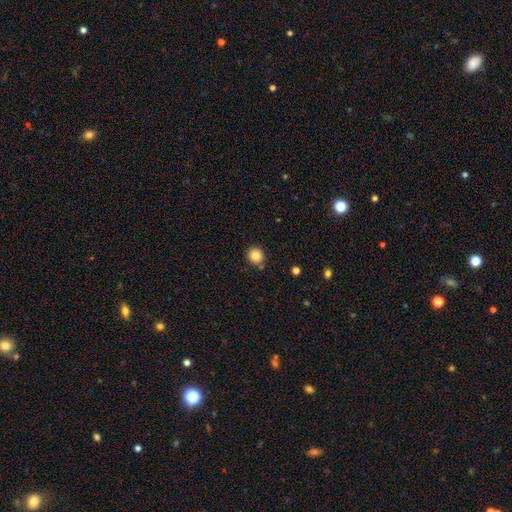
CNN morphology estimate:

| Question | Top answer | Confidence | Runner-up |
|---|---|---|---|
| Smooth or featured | smooth | 85% | star or artifact (10%) |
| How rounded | round | 87% | in between (12%) |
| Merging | none | 82% | minor disturbance (11%) |